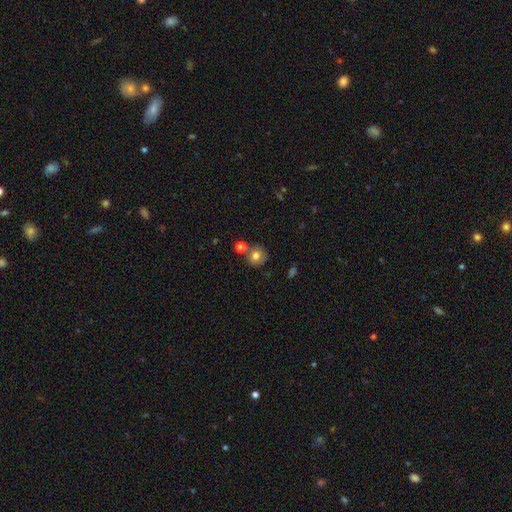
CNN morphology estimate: A smooth galaxy with no disk features (79%) that is round (86%).

Vote fractions:
- Smooth or featured? smooth: 79% / star or artifact: 11% / featured or disk: 11%
- How rounded? round: 86% / in between: 13% / cigar-shaped: 1%
- Merging? none: 63% / merger: 22% / minor disturbance: 11% / major disturbance: 3%